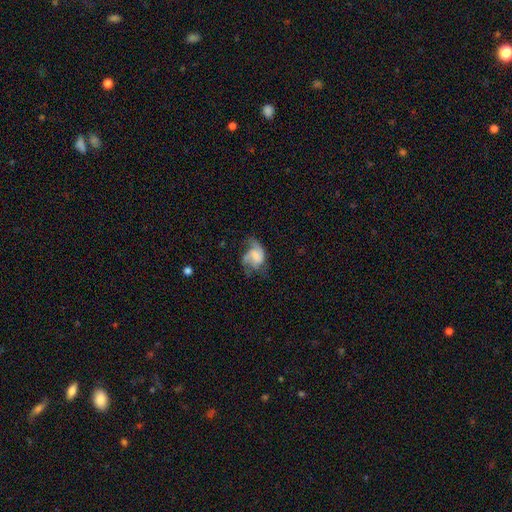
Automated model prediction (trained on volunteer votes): smooth_or_featured: featured or disk (p=0.56) [alt: smooth p=0.35]
disk_edge_on: no (p=0.98) [alt: yes p=0.02]
bar: no (p=0.57) [alt: weak p=0.33]
has_spiral_arms: yes (p=0.76) [alt: no p=0.24]
bulge_size: none (p=0.44) [alt: small p=0.23]
merging: major disturbance (p=0.40) [alt: none p=0.32]